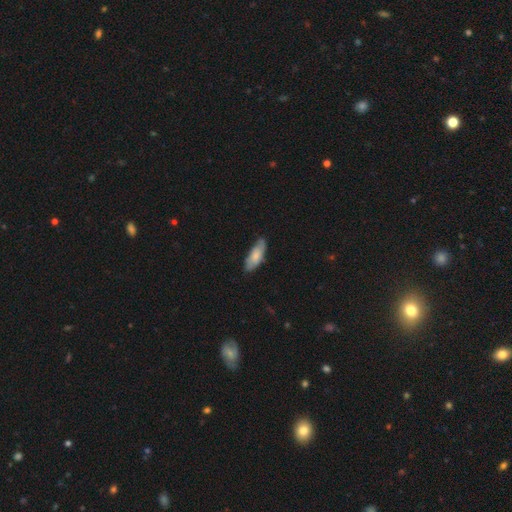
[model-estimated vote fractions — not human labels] Overall: smooth (72%). How rounded: in between (69%; cigar-shaped 30%). Merging: none (70%).